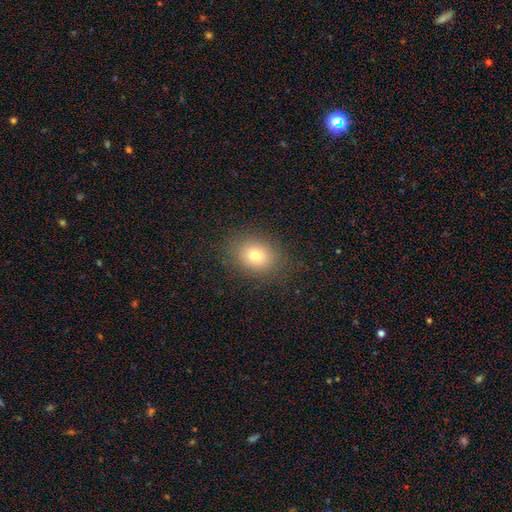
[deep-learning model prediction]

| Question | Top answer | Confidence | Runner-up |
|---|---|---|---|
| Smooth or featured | smooth | 76% | star or artifact (13%) |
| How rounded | round | 50% | in between (49%) |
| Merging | none | 86% | minor disturbance (9%) |